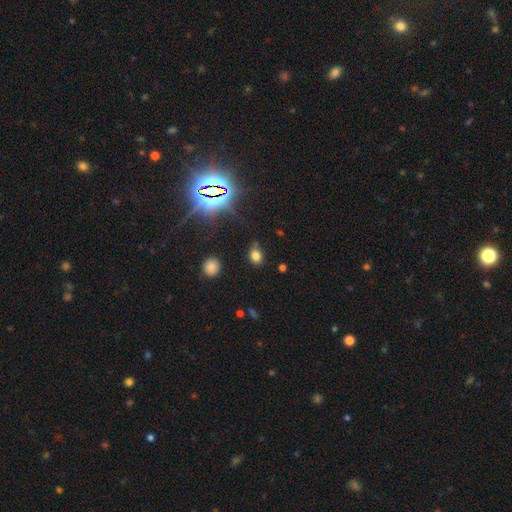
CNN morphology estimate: smooth-or-featured: smooth: 71% | star or artifact: 22% | featured or disk: 7%
  how-rounded: in between: 59% | round: 40% | cigar-shaped: 2%
  merging: none: 74% | minor disturbance: 17% | major disturbance: 5% | merger: 5%